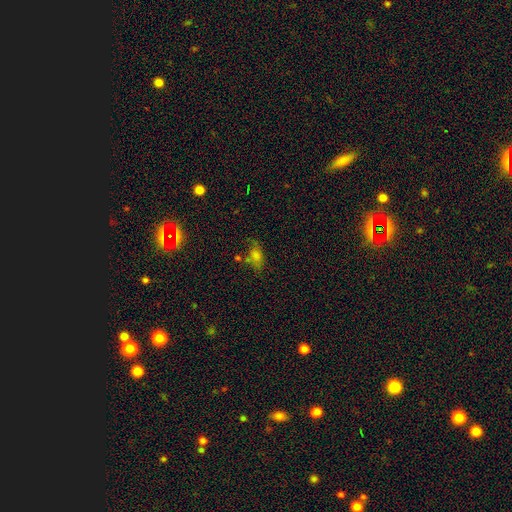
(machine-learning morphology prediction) This appears to be a smooth galaxy with no disk features (55%) that is in between round and cigar-shaped (74%). Merging: none (58%).